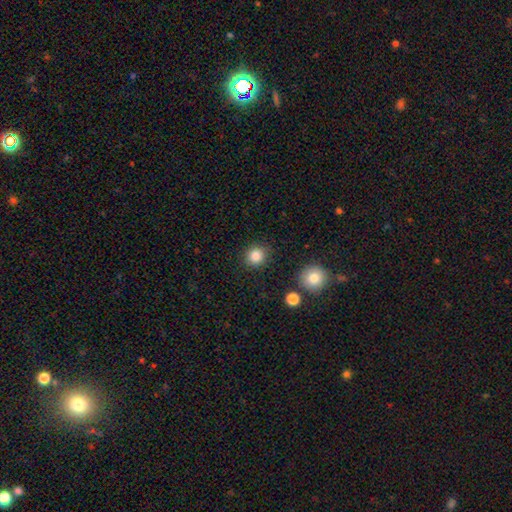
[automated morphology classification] type=smooth (86%); roundness=round (85%); merging=none (86%).